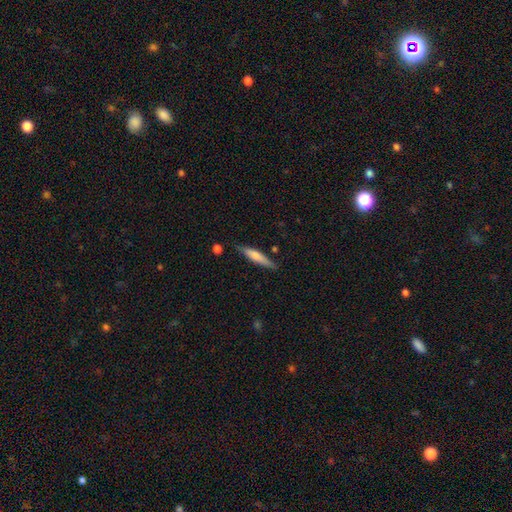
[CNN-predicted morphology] smooth_or_featured: smooth (p=0.63) [alt: featured or disk p=0.31]
how_rounded: cigar-shaped (p=0.86) [alt: in between p=0.12]
merging: none (p=0.79) [alt: minor disturbance p=0.16]